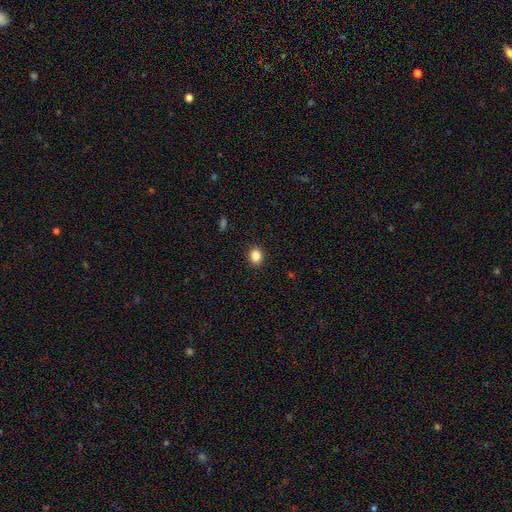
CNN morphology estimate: smooth 87%, star or artifact 10%, featured or disk 4%. Down the decision tree: how rounded — round (61%); merging — none (91%).